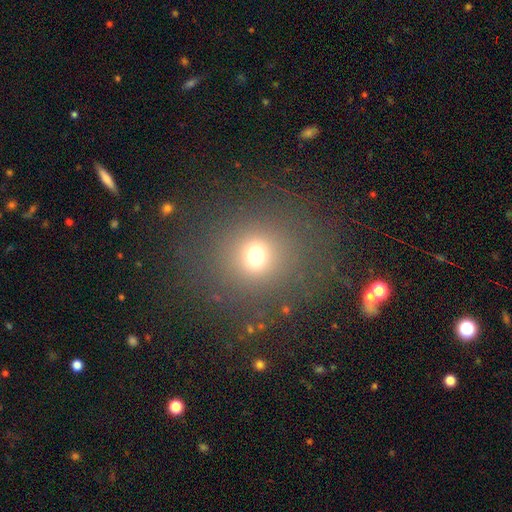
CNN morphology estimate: Smooth or featured? Predicted: smooth (p=0.69). How rounded? Predicted: round (p=0.83). Merging? Predicted: none (p=0.82).